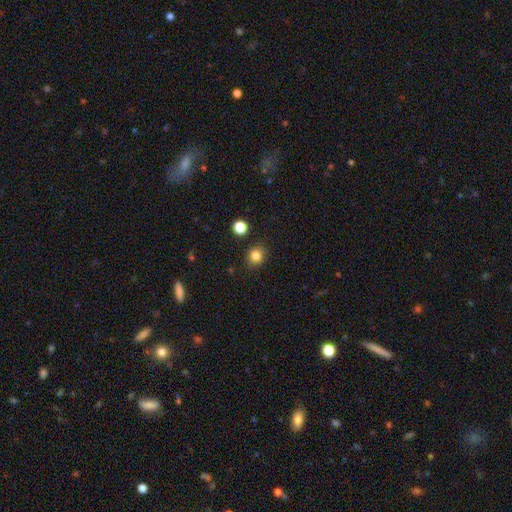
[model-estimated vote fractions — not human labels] This appears to be a smooth galaxy with no disk features (83%) that is round (79%). Merging: none (88%).